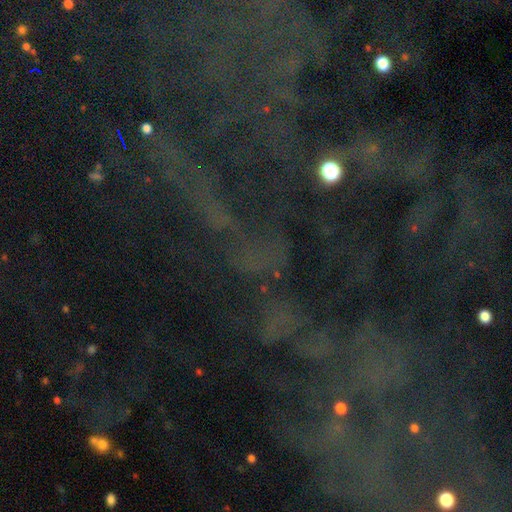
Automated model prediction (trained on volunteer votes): Smooth or featured? Predicted: star or artifact (p=0.78).